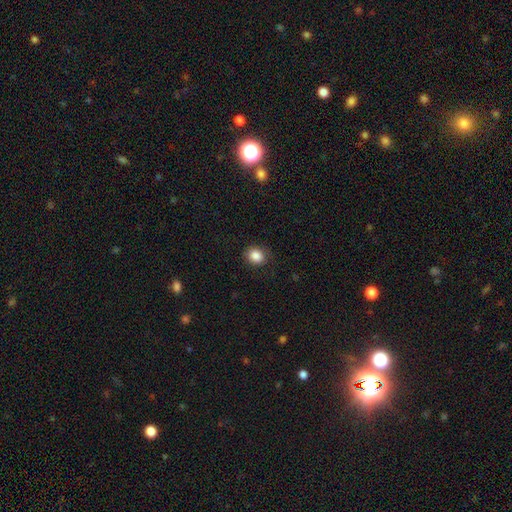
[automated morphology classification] This appears to be a smooth galaxy with no disk features (87%) that is round (65%). Merging: none (83%).